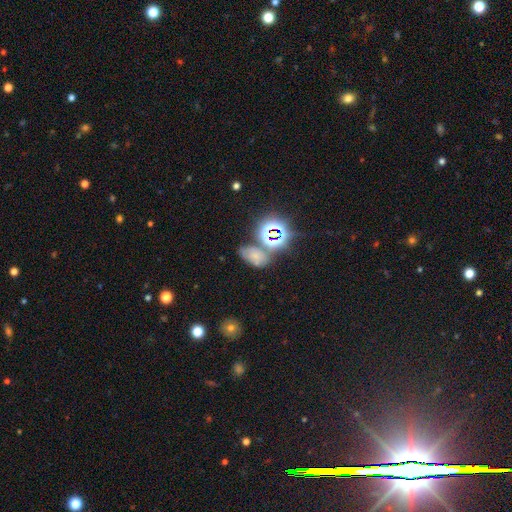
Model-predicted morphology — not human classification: This appears to be a smooth galaxy with no disk features (48%). Merging: none (51%).